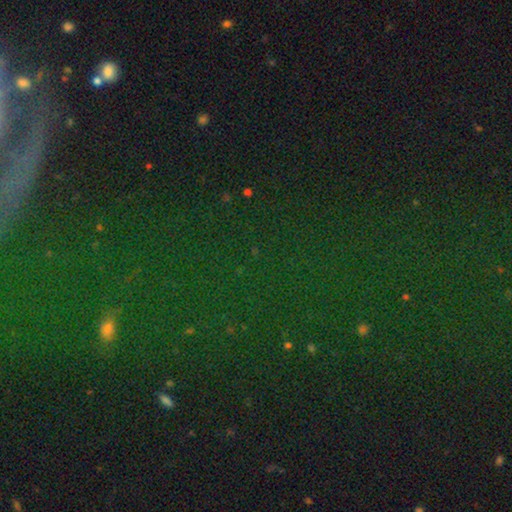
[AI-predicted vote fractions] The model was most divided on "smooth or featured": star or artifact: 73%, featured or disk: 14%, smooth: 14%.